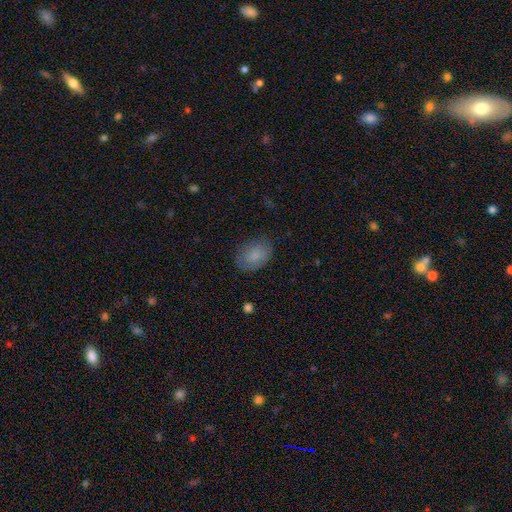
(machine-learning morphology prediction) type=smooth (83%); roundness=in between (79%); merging=none (75%).